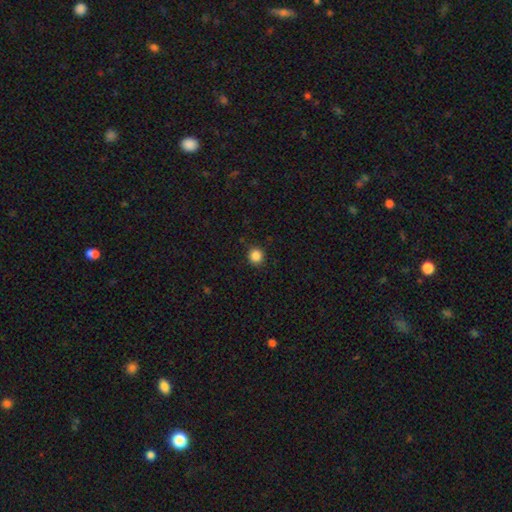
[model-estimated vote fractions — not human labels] Q: Smooth or featured?
A: smooth (86%); runner-up: star or artifact (11%)
Q: How rounded?
A: round (92%); runner-up: in between (7%)
Q: Merging?
A: none (89%); runner-up: minor disturbance (8%)